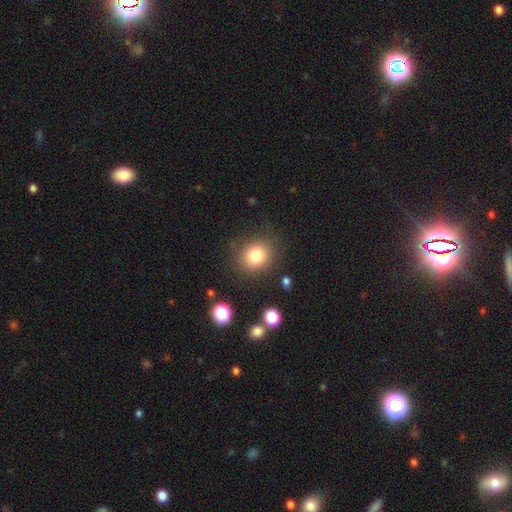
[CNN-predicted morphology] Smooth or featured?
  - smooth: 81% *
  - star or artifact: 11%
  - featured or disk: 8%
How rounded?
  - round: 73% *
  - in between: 26%
  - cigar-shaped: 1%
Merging?
  - none: 82% *
  - minor disturbance: 11%
  - major disturbance: 5%
  - merger: 2%